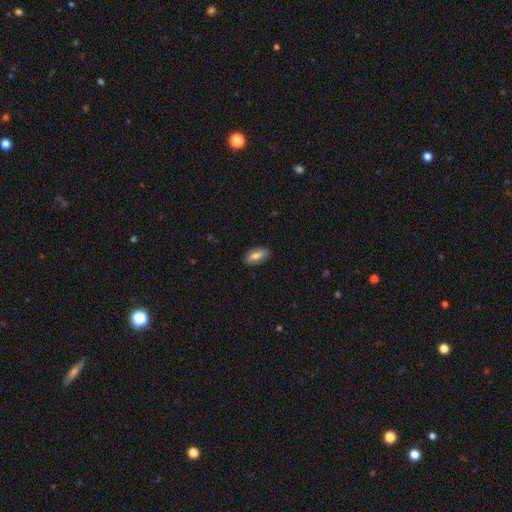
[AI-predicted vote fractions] Smooth or featured? smooth (78%)
How rounded? in between (87%)
Merging? none (86%)